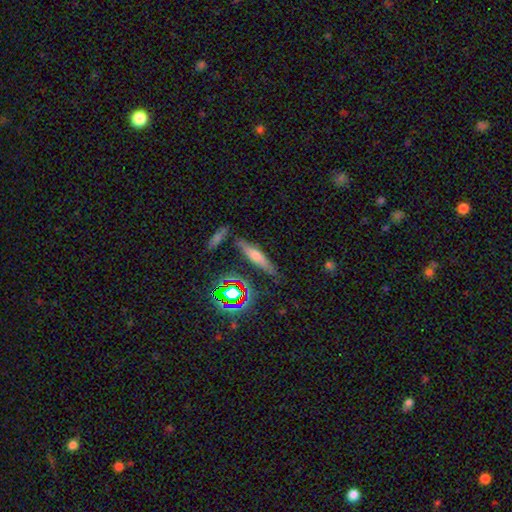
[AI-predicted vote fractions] smooth-or-featured: smooth: 49% | featured or disk: 33% | star or artifact: 18%
  merging: none: 79% | minor disturbance: 12% | merger: 6% | major disturbance: 4%